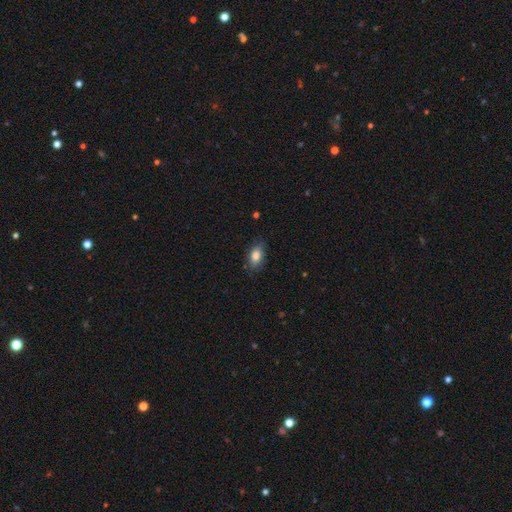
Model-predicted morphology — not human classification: Smooth or featured: smooth — 82% (featured or disk — 10%)
How rounded: in between — 86% (round — 8%)
Merging: none — 77% (minor disturbance — 18%)